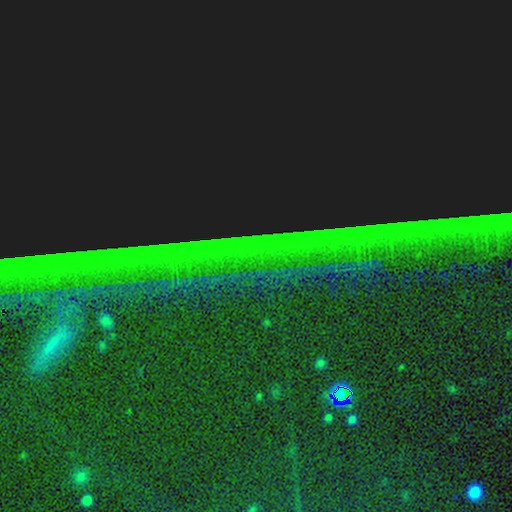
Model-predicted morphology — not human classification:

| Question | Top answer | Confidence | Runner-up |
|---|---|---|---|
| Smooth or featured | star or artifact | 88% | featured or disk (6%) |